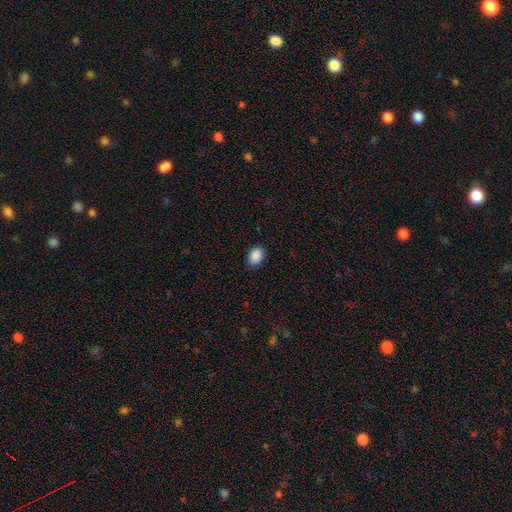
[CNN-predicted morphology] Smooth or featured?
  - smooth: 89% *
  - star or artifact: 8%
  - featured or disk: 3%
How rounded?
  - in between: 76% *
  - round: 23%
  - cigar-shaped: 1%
Merging?
  - none: 84% *
  - minor disturbance: 12%
  - major disturbance: 3%
  - merger: 1%